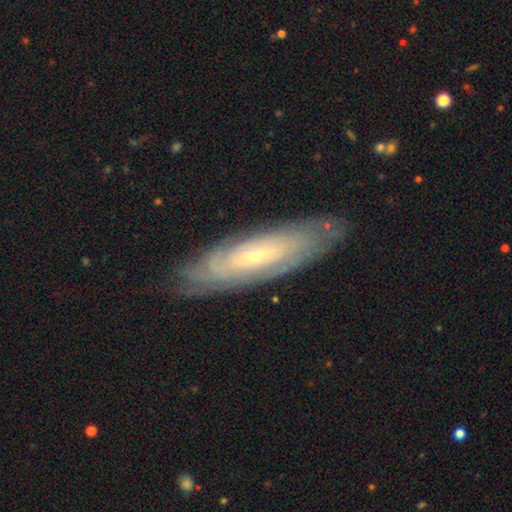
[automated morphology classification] A featured or disk galaxy (78%) with no bar (60%), tight (78%) spiral arms (88%) and a small central bulge (75%). Merging: none (82%).